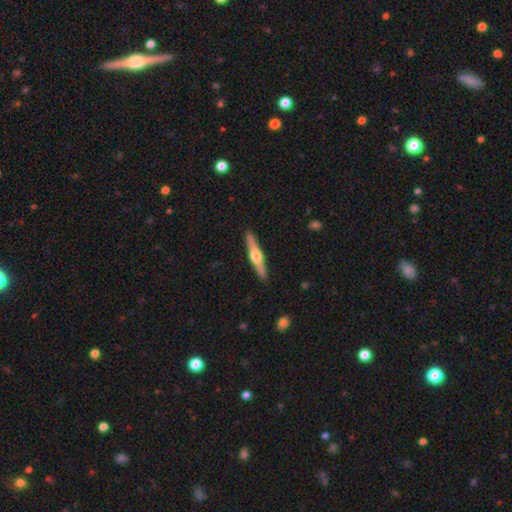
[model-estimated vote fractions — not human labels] Smooth or featured?
  - featured or disk: 64% *
  - smooth: 31%
  - star or artifact: 5%
Edge-on disk?
  - yes: 97% *
  - no: 3%
Edge-on bulge?
  - rounded: 92% *
  - boxy: 4%
  - none: 3%
Merging?
  - none: 90% *
  - minor disturbance: 7%
  - major disturbance: 1%
  - merger: 1%